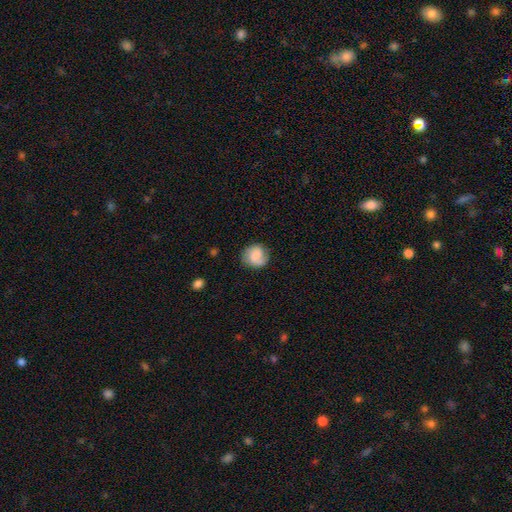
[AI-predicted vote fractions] smooth-or-featured: smooth: 66% | featured or disk: 27% | star or artifact: 8%
  how-rounded: round: 81% | in between: 18% | cigar-shaped: 1%
  merging: none: 70% | minor disturbance: 20% | major disturbance: 8% | merger: 2%